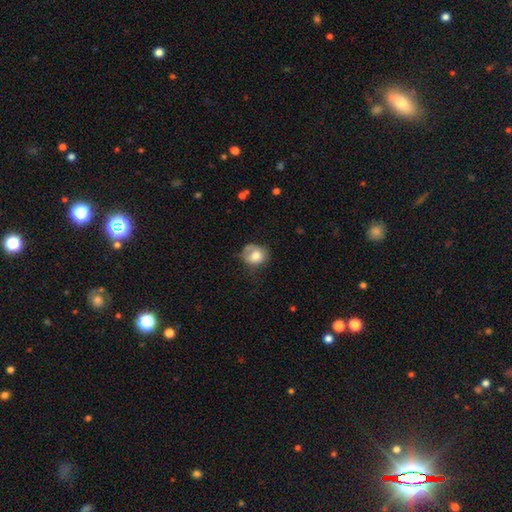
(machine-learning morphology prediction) Overall: smooth (72%). How rounded: round (63%; in between 36%). Merging: none (41%; minor disturbance 34%).